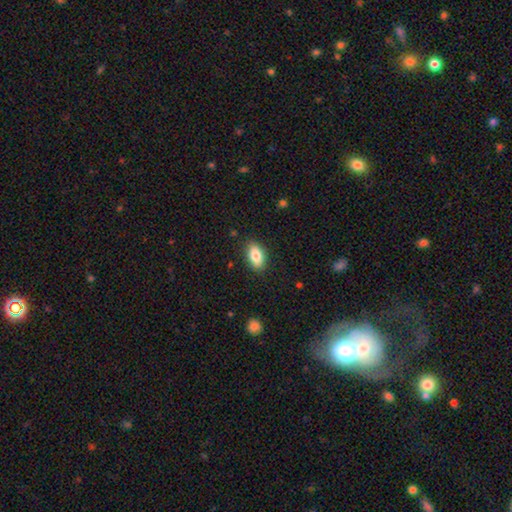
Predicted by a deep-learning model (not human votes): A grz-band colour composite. It shows a smooth galaxy with no disk features (83%) that is in between round and cigar-shaped (91%). Merging: none (87%).